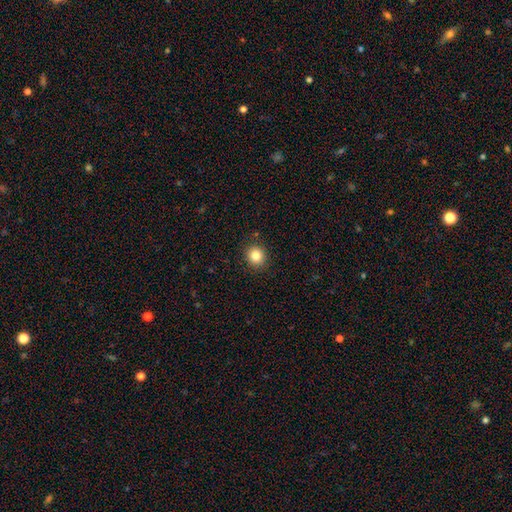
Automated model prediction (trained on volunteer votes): This appears to be a smooth galaxy with no disk features (84%) that is round (83%). Merging: none (90%).